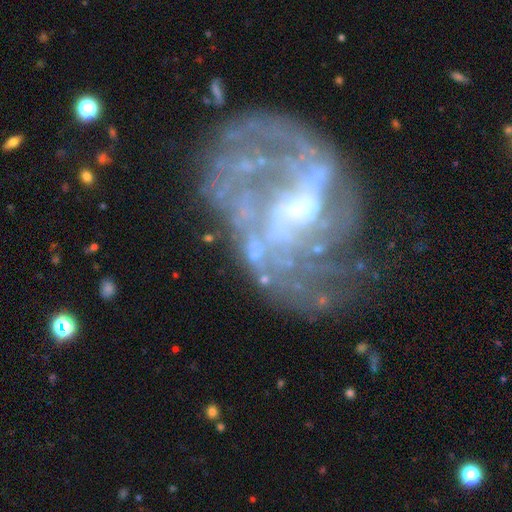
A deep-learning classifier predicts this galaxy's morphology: This is clearly a featured or disk galaxy (84%). It is clearly not viewed edge-on (98%). Bar: marginally weak (44%). Spiral arm pattern: likely yes (80%). Spiral arm count: marginally 2 (34%). Spiral winding: marginally medium (39%). Central bulge: marginally small (40%). Merging: possibly none (48%).